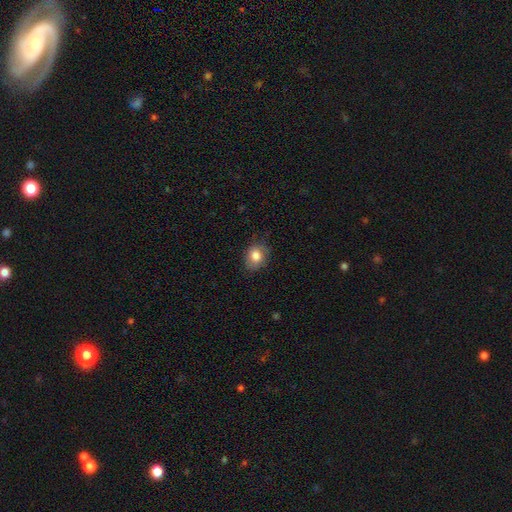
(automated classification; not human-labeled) Q: Smooth or featured?
A: smooth (82%); runner-up: featured or disk (9%)
Q: How rounded?
A: in between (55%); runner-up: round (44%)
Q: Merging?
A: none (75%); runner-up: minor disturbance (19%)